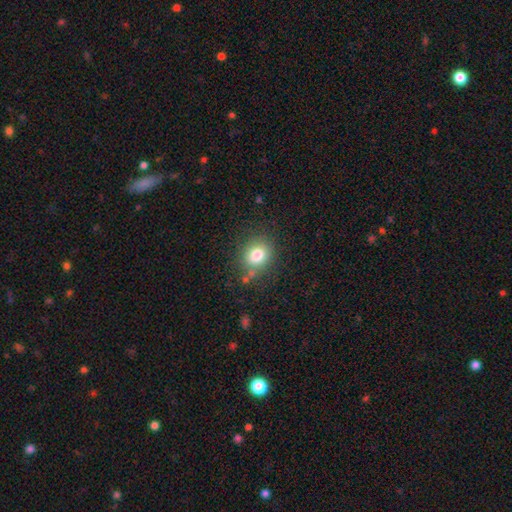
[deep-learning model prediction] Smooth or featured: smooth — 80% (star or artifact — 11%)
How rounded: round — 61% (in between — 38%)
Merging: none — 77% (minor disturbance — 14%)